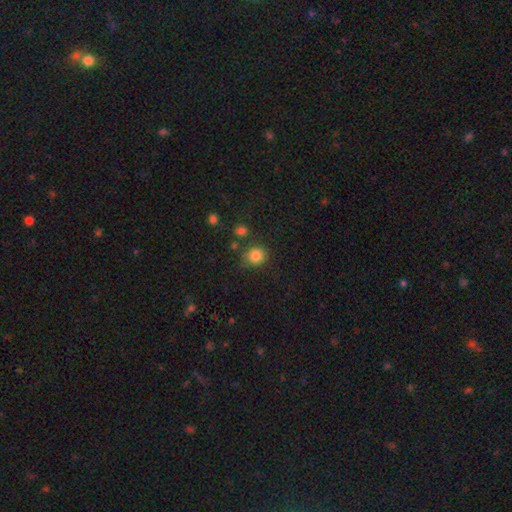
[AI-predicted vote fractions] Smooth or featured: smooth — 84% (star or artifact — 11%)
How rounded: round — 82% (in between — 17%)
Merging: none — 74% (minor disturbance — 15%)